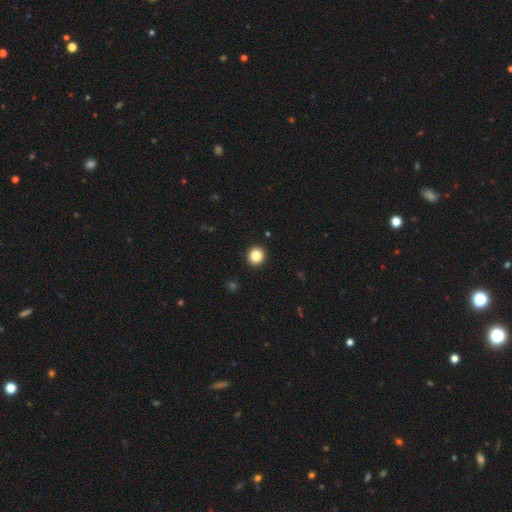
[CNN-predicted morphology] smooth_or_featured: smooth (p=0.86) [alt: star or artifact p=0.10]
how_rounded: round (p=0.89) [alt: in between p=0.10]
merging: none (p=0.93) [alt: minor disturbance p=0.05]